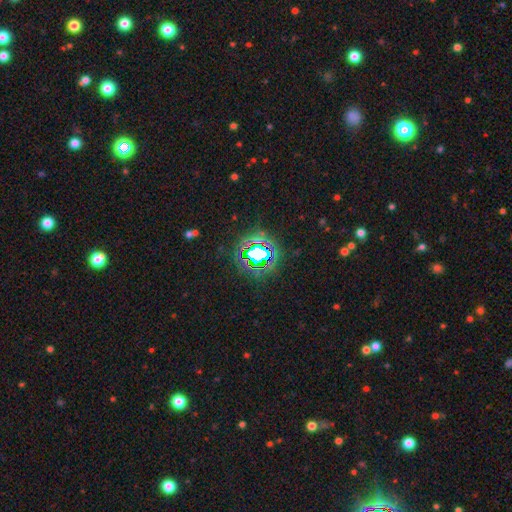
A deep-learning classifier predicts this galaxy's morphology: Smooth or featured? Predicted: star or artifact (p=0.73).